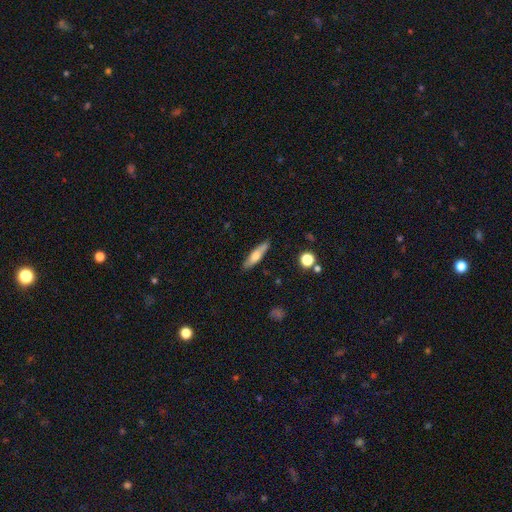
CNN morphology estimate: Smooth or featured?
  - smooth: 60% *
  - featured or disk: 34%
  - star or artifact: 6%
How rounded?
  - cigar-shaped: 76% *
  - in between: 22%
  - round: 2%
Merging?
  - none: 85% *
  - minor disturbance: 11%
  - major disturbance: 2%
  - merger: 2%